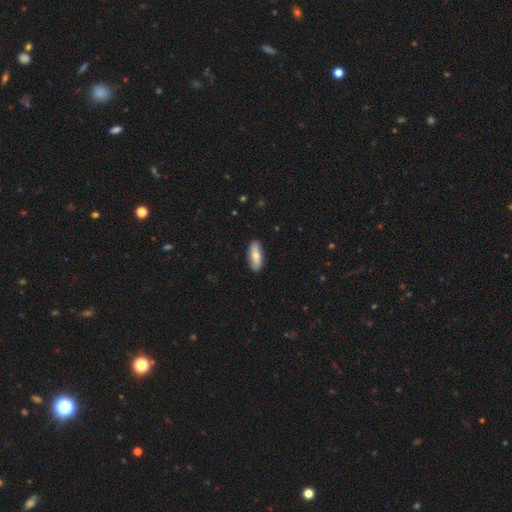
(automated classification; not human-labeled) smooth-or-featured: smooth: 64% | featured or disk: 30% | star or artifact: 5%
  how-rounded: in between: 74% | cigar-shaped: 23% | round: 3%
  merging: none: 88% | minor disturbance: 9% | major disturbance: 2% | merger: 1%